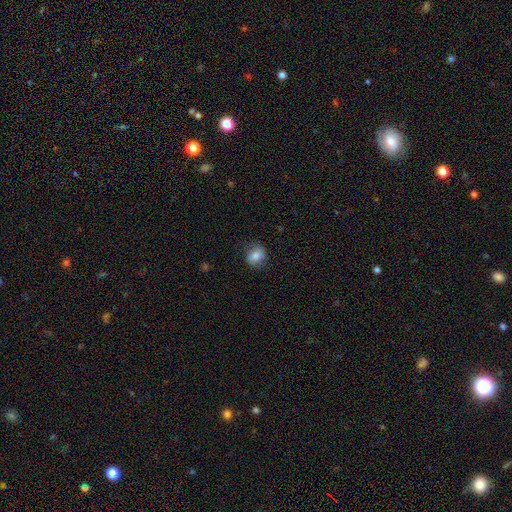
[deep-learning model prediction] Smooth or featured?
  - smooth: 74% *
  - featured or disk: 17%
  - star or artifact: 9%
How rounded?
  - round: 61% *
  - in between: 38%
  - cigar-shaped: 1%
Merging?
  - none: 75% *
  - minor disturbance: 18%
  - major disturbance: 6%
  - merger: 1%